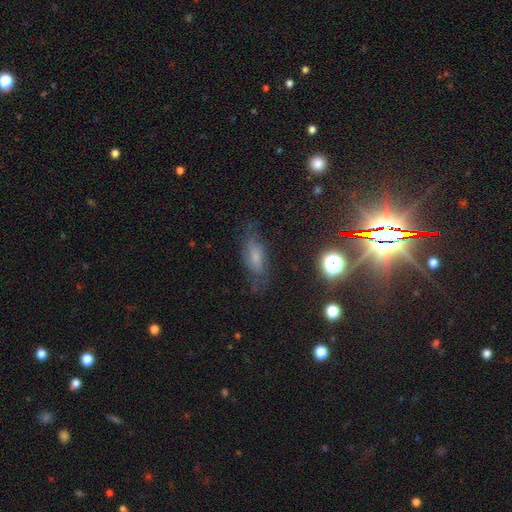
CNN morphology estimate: Smooth or featured? Predicted: smooth (p=0.50). Merging? Predicted: none (p=0.60).